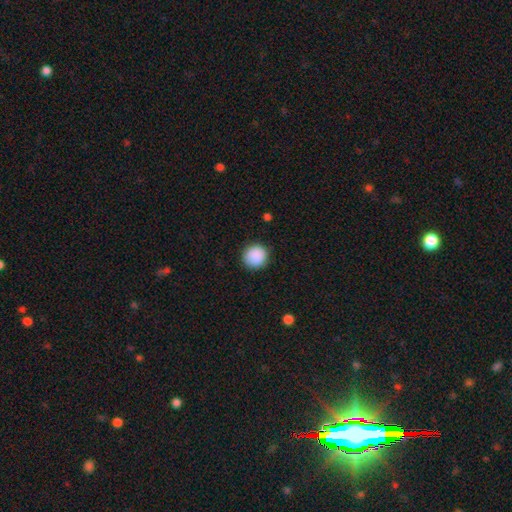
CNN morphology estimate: smooth 90%, star or artifact 8%, featured or disk 2%. Down the decision tree: how rounded — round (90%); merging — none (89%).